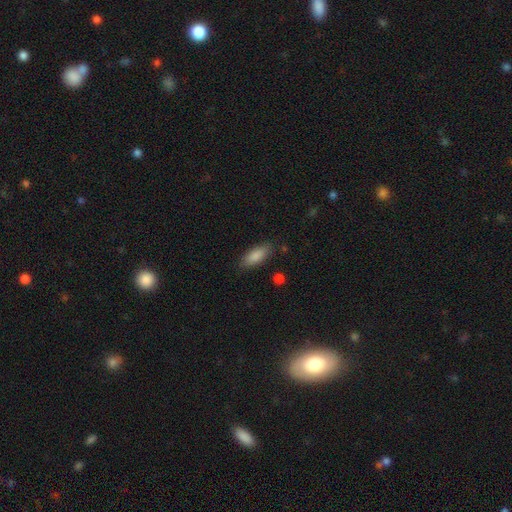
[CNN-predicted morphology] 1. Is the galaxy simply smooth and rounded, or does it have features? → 87% smooth, 7% featured or disk, 6% star or artifact.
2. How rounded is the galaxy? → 73% in between, 25% cigar-shaped, 2% round.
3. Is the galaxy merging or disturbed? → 84% none, 11% minor disturbance, 3% major disturbance, 2% merger.